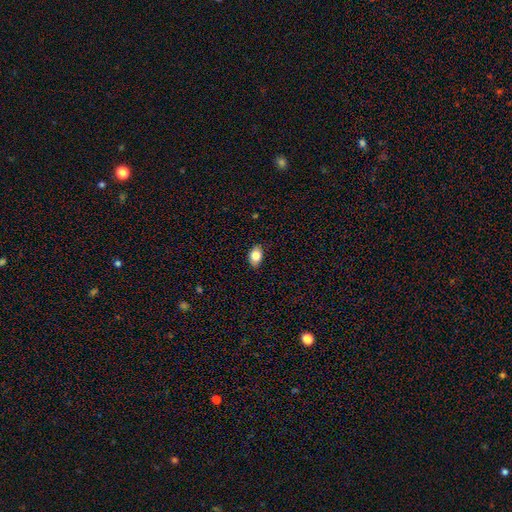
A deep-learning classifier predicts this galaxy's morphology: A smooth galaxy with no disk features (83%) that is in between round and cigar-shaped (82%). Merging: none (83%).